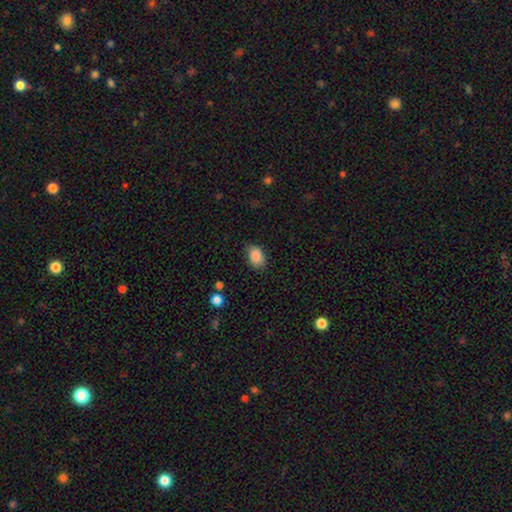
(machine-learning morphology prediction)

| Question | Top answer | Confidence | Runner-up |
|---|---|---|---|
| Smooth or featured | smooth | 88% | star or artifact (8%) |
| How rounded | in between | 82% | round (17%) |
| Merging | none | 81% | minor disturbance (15%) |